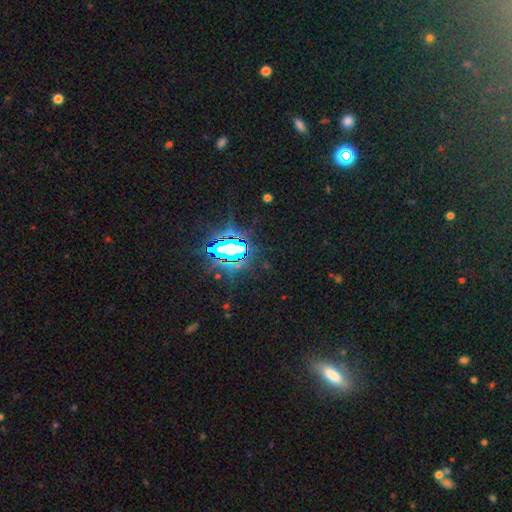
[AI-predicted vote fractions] Smooth or featured? Predicted: star or artifact (p=0.78).